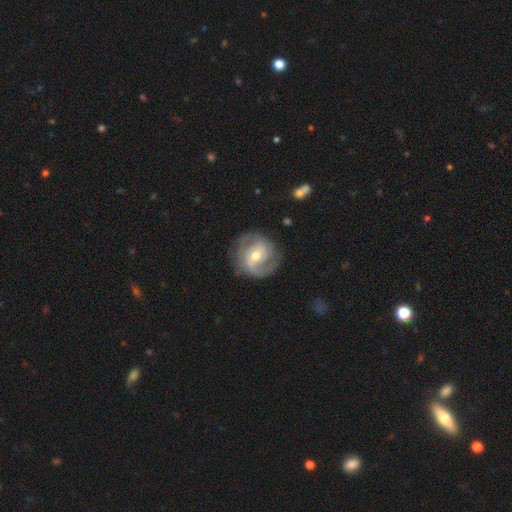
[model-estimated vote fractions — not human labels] Morphology: type=featured or disk (83%); edge-on=no (98%); bar=weak (46%); spiral arms=yes (94%); winding=medium (47%); arm count=2 (76%); bulge=moderate (67%); merging=none (78%).